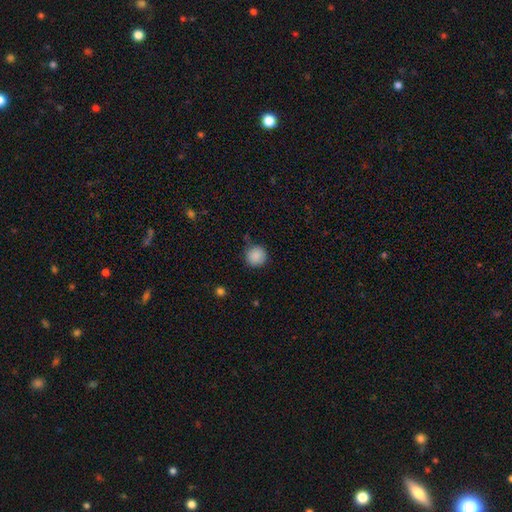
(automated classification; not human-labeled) Overall: smooth (88%). How rounded: round (93%). Merging: none (78%).